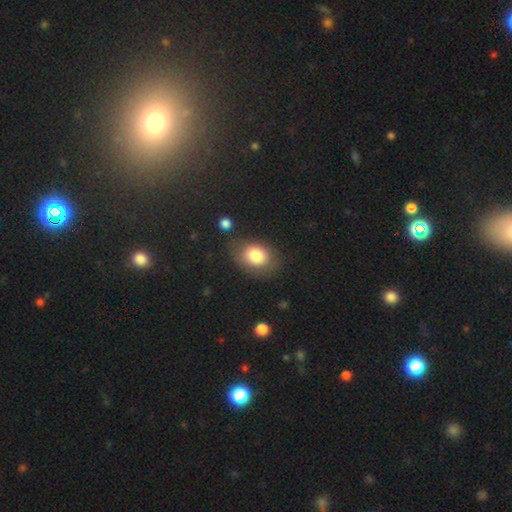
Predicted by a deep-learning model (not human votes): A smooth galaxy with no disk features (81%) that is in between round and cigar-shaped (63%). Merging: none (69%).